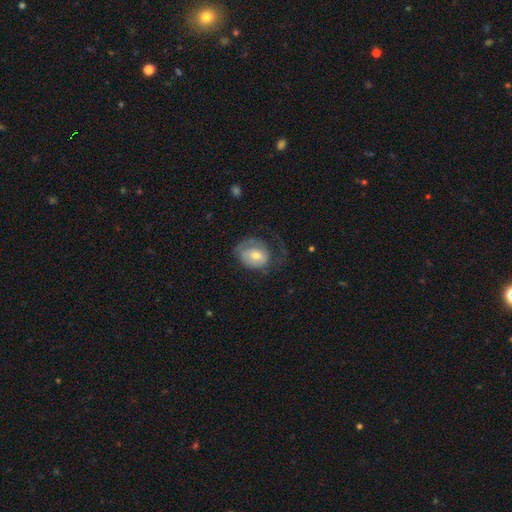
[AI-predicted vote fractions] Smooth or featured?
  - featured or disk: 54% *
  - smooth: 39%
  - star or artifact: 6%
Edge-on disk?
  - no: 96% *
  - yes: 4%
Bar?
  - no: 64% *
  - weak: 29%
  - strong: 7%
Spiral arms?
  - yes: 72% *
  - no: 28%
Bulge size?
  - moderate: 60% *
  - small: 31%
  - large: 5%
  - none: 2%
  - dominant: 1%
Merging?
  - none: 44% *
  - major disturbance: 32%
  - minor disturbance: 23%
  - merger: 2%